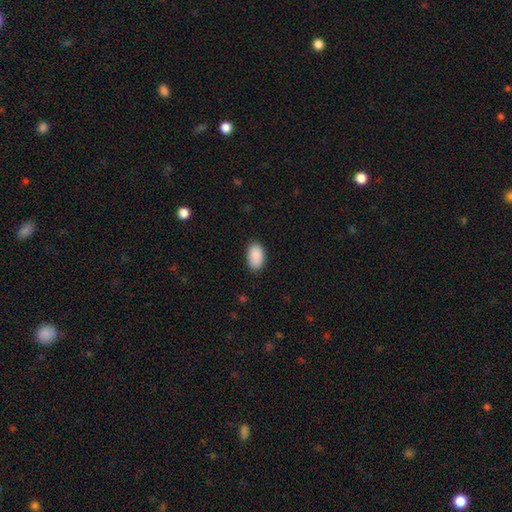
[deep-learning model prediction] The model was most divided on "merging": none: 84%, minor disturbance: 12%, major disturbance: 2%, merger: 1%. More confident: how rounded — in between (93%); smooth or featured — smooth (91%).